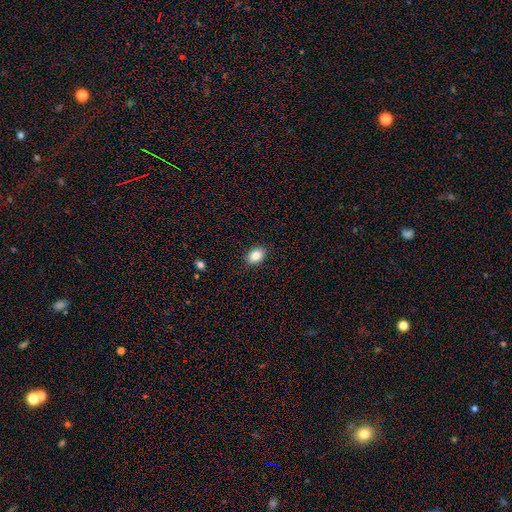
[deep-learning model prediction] Overall: smooth (86%). How rounded: in between (79%). Merging: none (88%).